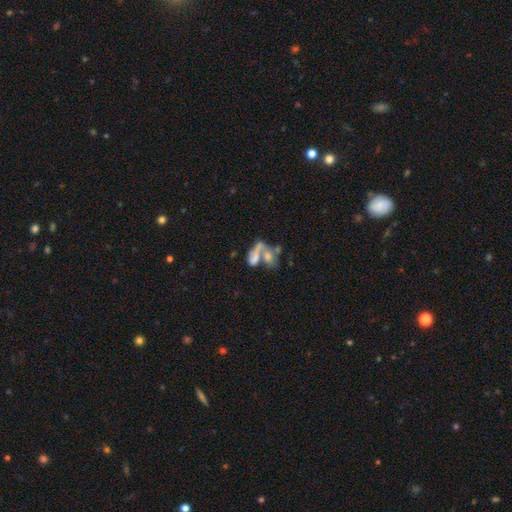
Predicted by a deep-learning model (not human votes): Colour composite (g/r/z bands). It shows a smooth galaxy with no disk features (51%) that is in between round and cigar-shaped (82%). Merging: merger (66%).